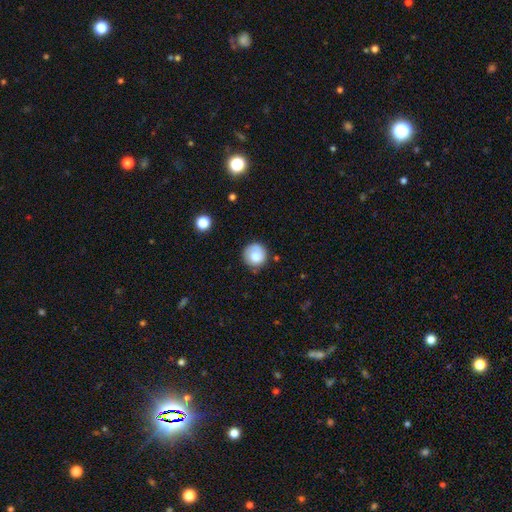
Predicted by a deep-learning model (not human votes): Overall: smooth (77%). How rounded: round (93%). Merging: none (77%).